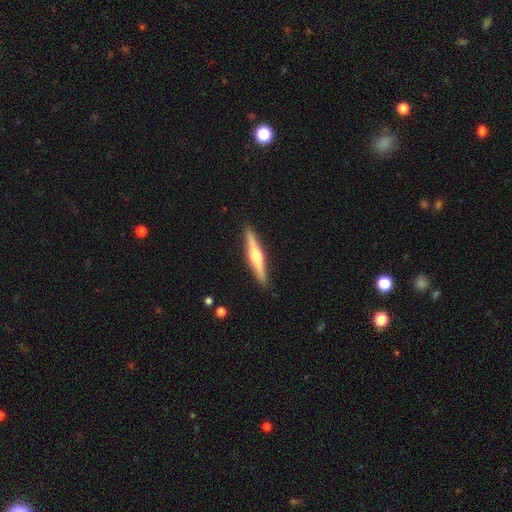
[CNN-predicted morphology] A featured or disk galaxy (62%) viewed edge-on (97%) with a rounded central bulge (89%). Merging: none (91%).